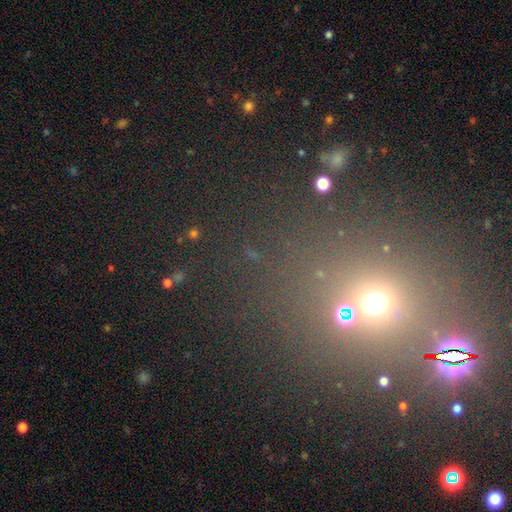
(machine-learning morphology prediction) Smooth or featured? star or artifact (57%)